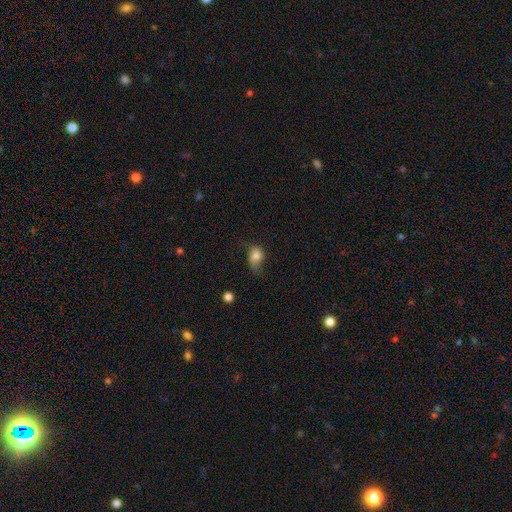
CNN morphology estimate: smooth-or-featured: smooth: 77% | featured or disk: 14% | star or artifact: 10%
  how-rounded: in between: 64% | round: 34% | cigar-shaped: 2%
  merging: none: 42% | minor disturbance: 38% | major disturbance: 19% | merger: 2%